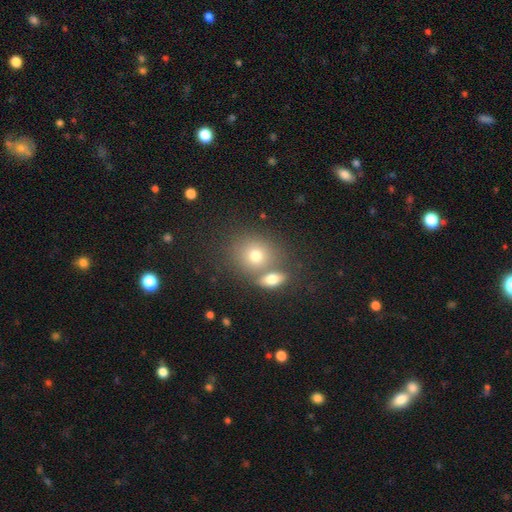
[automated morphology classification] Smooth or featured: smooth — 71% (featured or disk — 16%)
How rounded: round — 69% (in between — 29%)
Merging: none — 52% (merger — 36%)